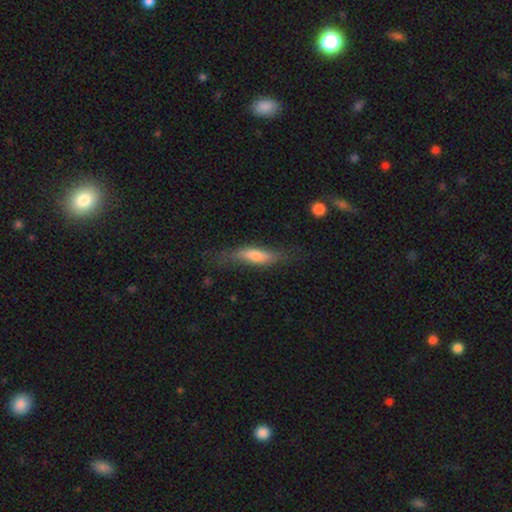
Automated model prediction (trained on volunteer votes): A smooth galaxy with no disk features (60%) that is cigar-shaped (67%). Merging: none (60%).